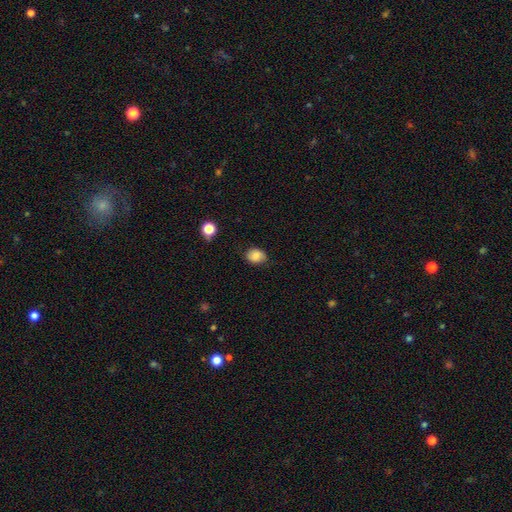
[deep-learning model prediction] smooth-or-featured: smooth: 83% | star or artifact: 9% | featured or disk: 8%
  how-rounded: in between: 56% | round: 43% | cigar-shaped: 1%
  merging: none: 78% | minor disturbance: 17% | major disturbance: 3% | merger: 1%